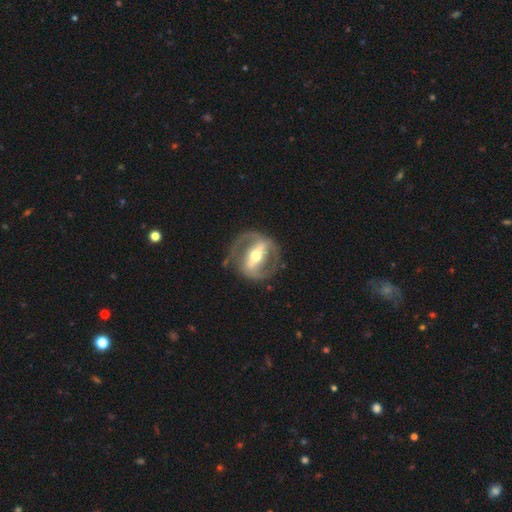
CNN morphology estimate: The model was most divided on "spiral arms": yes: 64%, no: 36%. More confident: edge-on disk — no (90%); smooth or featured — featured or disk (83%); merging — none (79%); bar — strong (76%); bulge size — moderate (68%).